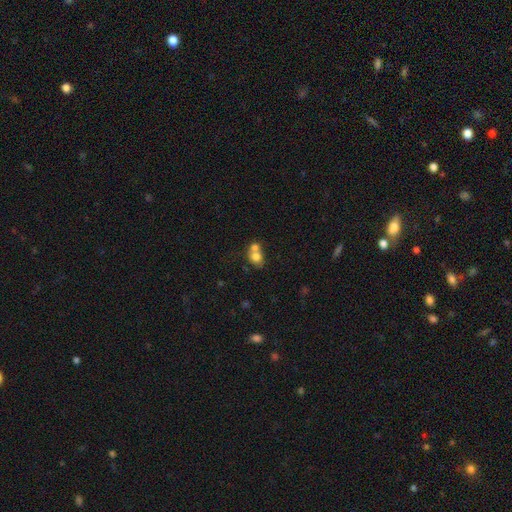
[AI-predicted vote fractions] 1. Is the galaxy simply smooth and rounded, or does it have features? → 74% smooth, 16% featured or disk, 10% star or artifact.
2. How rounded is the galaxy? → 66% round, 33% in between, 1% cigar-shaped.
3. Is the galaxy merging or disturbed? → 62% merger, 28% none, 7% minor disturbance, 3% major disturbance.